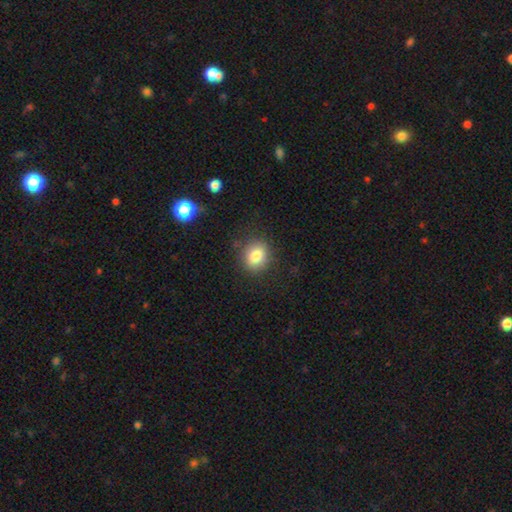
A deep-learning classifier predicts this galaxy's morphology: A smooth galaxy with no disk features (82%) that is round (57%). Merging: none (84%).